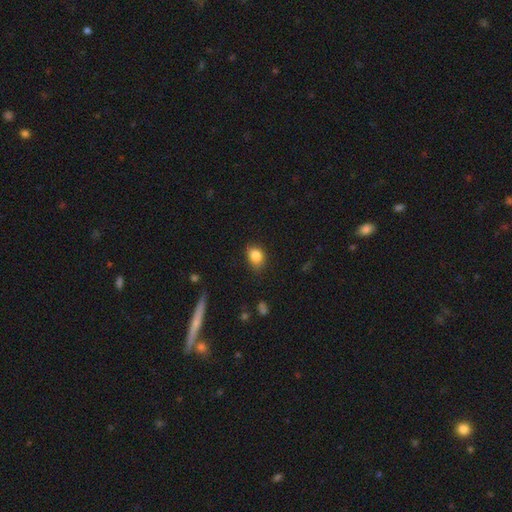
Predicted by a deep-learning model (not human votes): Q: Smooth or featured?
A: smooth (85%); runner-up: star or artifact (9%)
Q: How rounded?
A: in between (65%); runner-up: round (34%)
Q: Merging?
A: none (71%); runner-up: minor disturbance (23%)